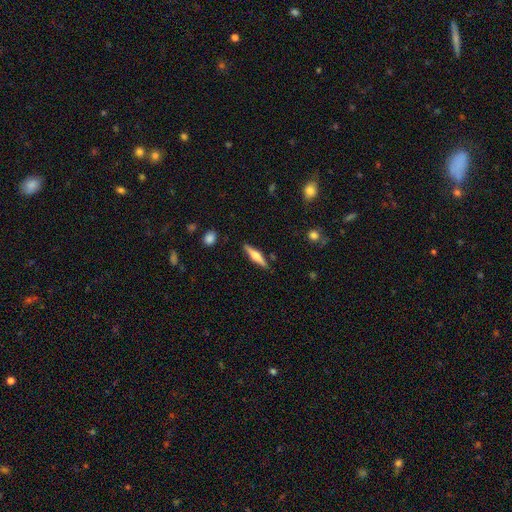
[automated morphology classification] type=featured or disk (57%); edge-on=yes (97%); edge-on bulge=rounded (85%); merging=none (88%).